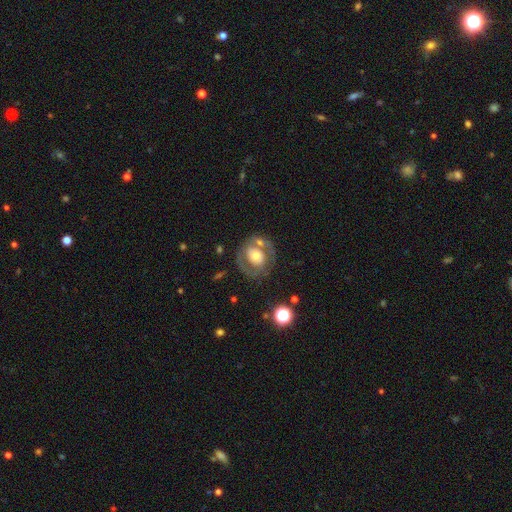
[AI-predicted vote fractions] Smooth or featured? featured or disk (62%)
Edge-on disk? no (96%)
Bar? no (70%)
Spiral arms? yes (51%)
Bulge size? moderate (61%)
Merging? none (63%)